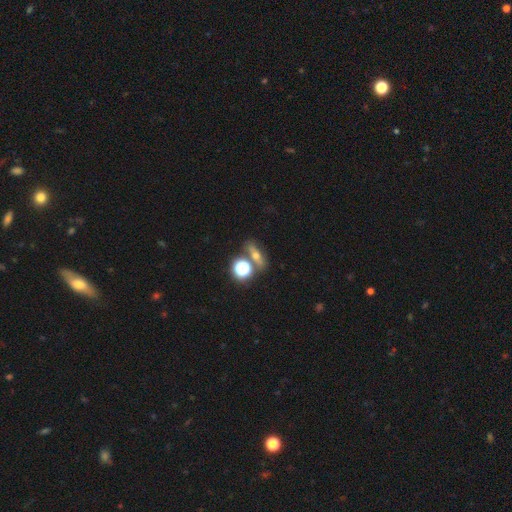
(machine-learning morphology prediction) This is marginally a smooth galaxy (44%). Merging: likely none (72%).